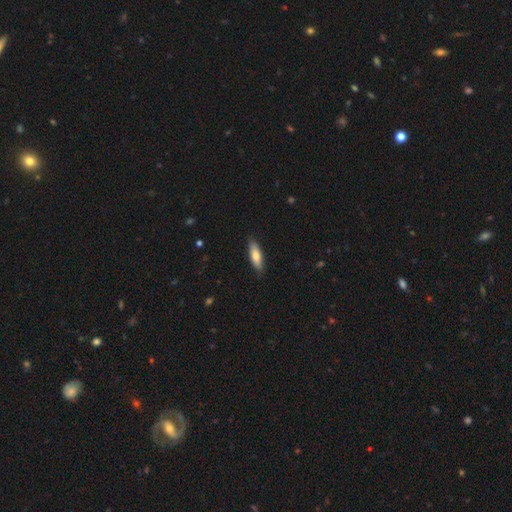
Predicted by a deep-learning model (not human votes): Smooth or featured? Predicted: smooth (p=0.74). How rounded? Predicted: in between (p=0.52). Merging? Predicted: none (p=0.87).